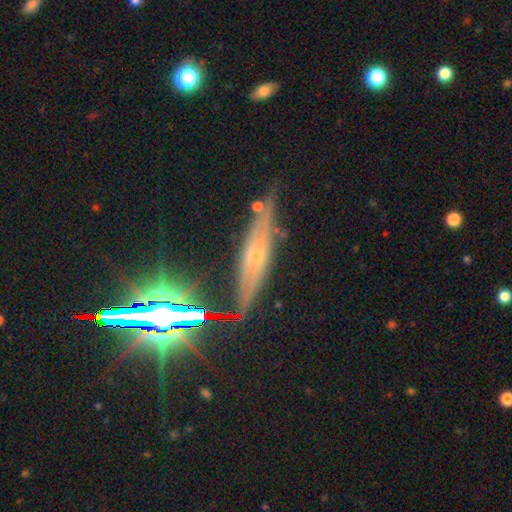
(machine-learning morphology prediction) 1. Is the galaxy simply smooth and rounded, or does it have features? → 56% featured or disk, 27% star or artifact, 17% smooth.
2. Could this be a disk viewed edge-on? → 70% yes, 30% no.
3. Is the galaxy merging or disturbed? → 73% none, 18% minor disturbance, 5% major disturbance, 4% merger.